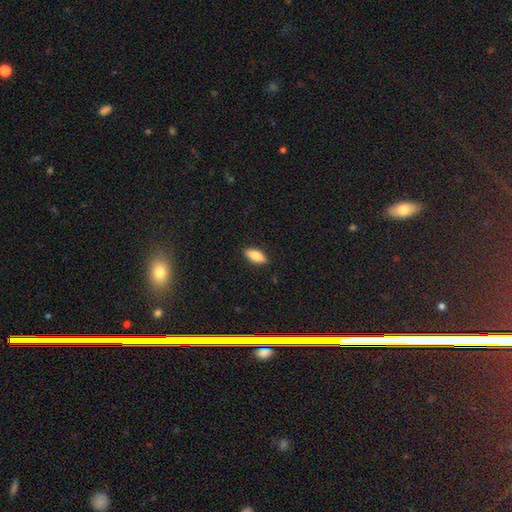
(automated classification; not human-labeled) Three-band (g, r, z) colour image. It shows a smooth galaxy with no disk features (84%) that is in between round and cigar-shaped (83%). Merging: none (89%).